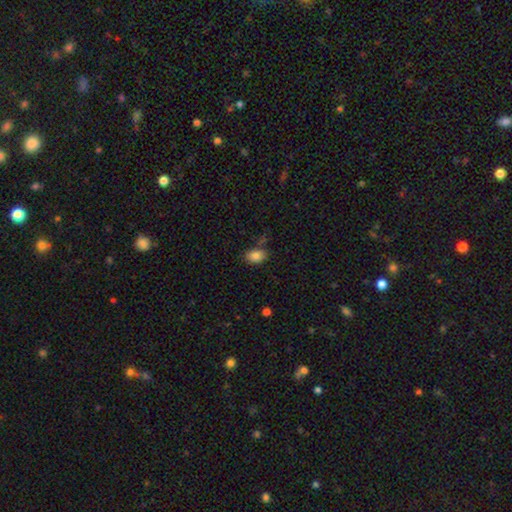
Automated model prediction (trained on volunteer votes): smooth-or-featured: smooth: 85% | star or artifact: 9% | featured or disk: 7%
  how-rounded: in between: 84% | round: 14% | cigar-shaped: 1%
  merging: none: 77% | minor disturbance: 15% | merger: 5% | major disturbance: 3%